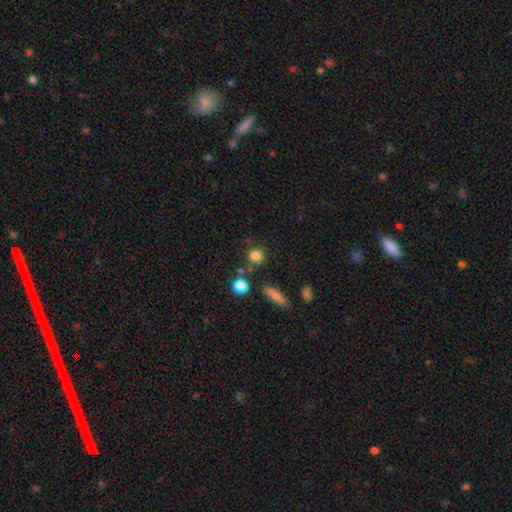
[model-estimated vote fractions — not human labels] The model was most divided on "merging": none: 78%, minor disturbance: 10%, merger: 9%, major disturbance: 3%. More confident: how rounded — round (87%); smooth or featured — smooth (82%).